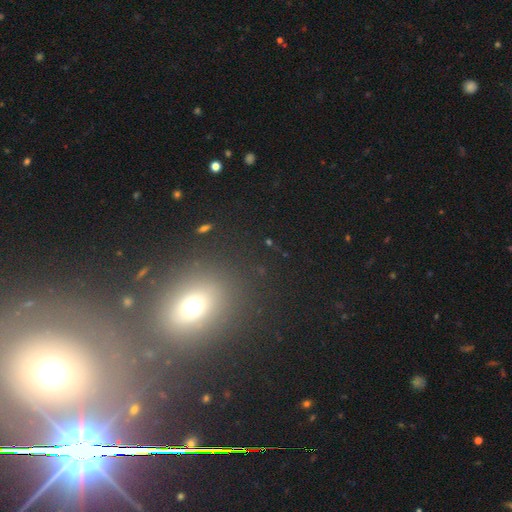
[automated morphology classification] This appears to be a star or artifact, not a galaxy (41%).